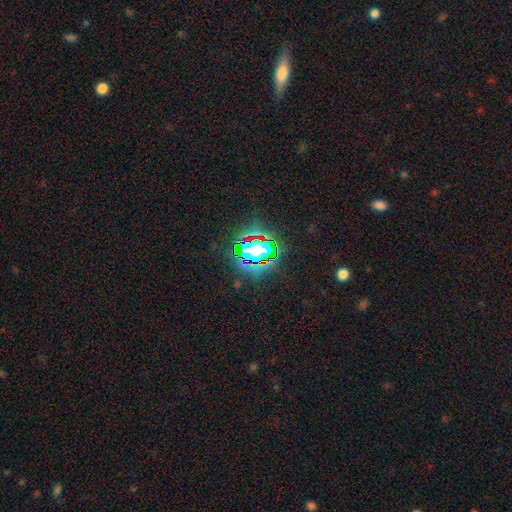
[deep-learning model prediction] Smooth or featured? Predicted: star or artifact (p=0.78).